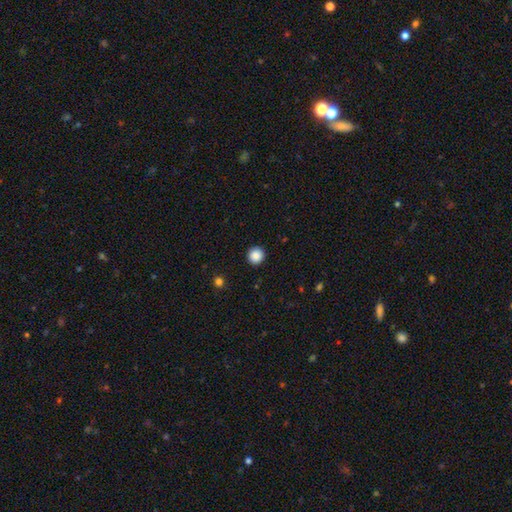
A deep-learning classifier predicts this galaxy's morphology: type=smooth (88%); roundness=round (95%); merging=none (93%).